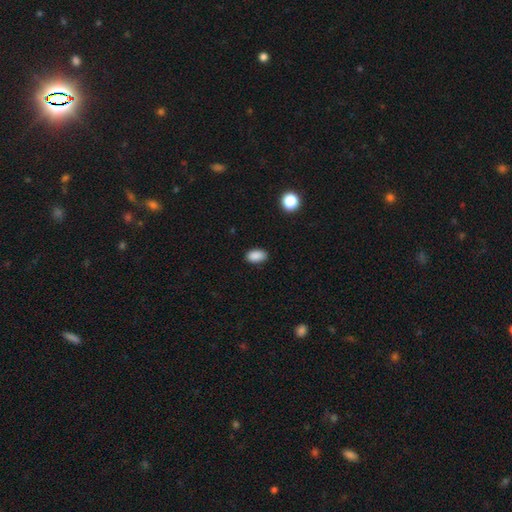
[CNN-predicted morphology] Smooth or featured? Predicted: smooth (p=0.89). How rounded? Predicted: in between (p=0.91). Merging? Predicted: none (p=0.86).